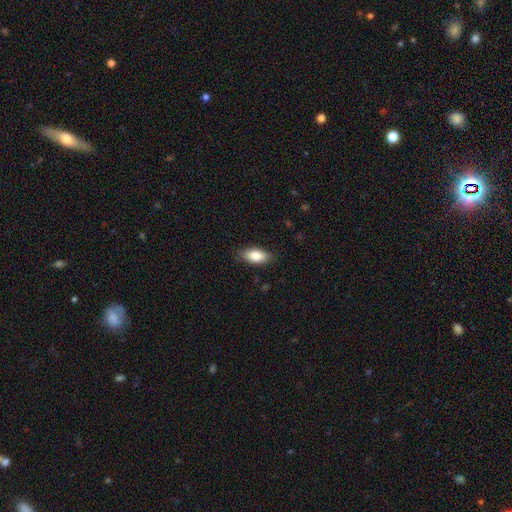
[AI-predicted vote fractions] Smooth or featured? smooth (83%)
How rounded? in between (87%)
Merging? none (86%)